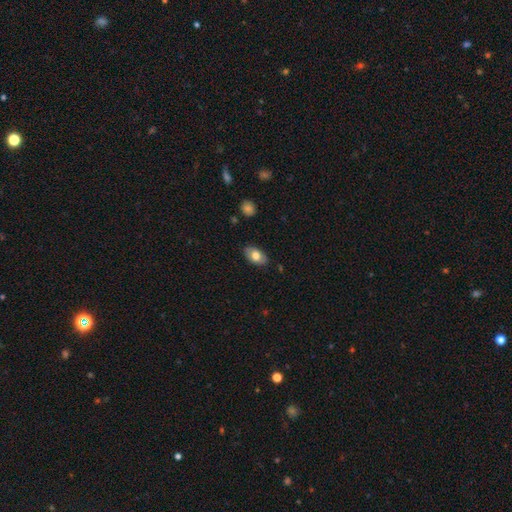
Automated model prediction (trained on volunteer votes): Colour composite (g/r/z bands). It shows a smooth galaxy with no disk features (73%) that is in between round and cigar-shaped (93%). Merging: none (83%).